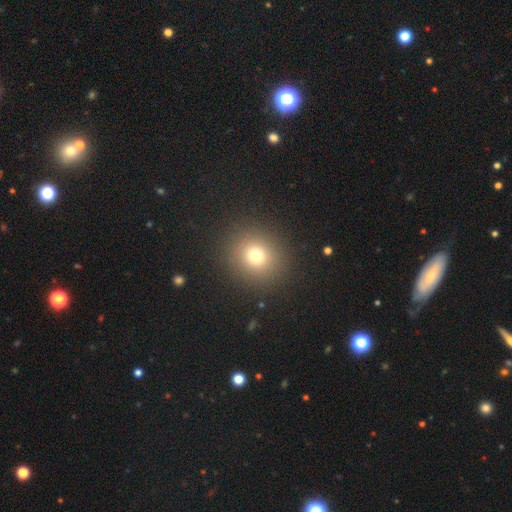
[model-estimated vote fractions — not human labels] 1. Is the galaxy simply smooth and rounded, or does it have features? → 73% smooth, 17% star or artifact, 10% featured or disk.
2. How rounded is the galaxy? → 87% round, 12% in between, 1% cigar-shaped.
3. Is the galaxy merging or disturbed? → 89% none, 6% minor disturbance, 4% major disturbance, 1% merger.